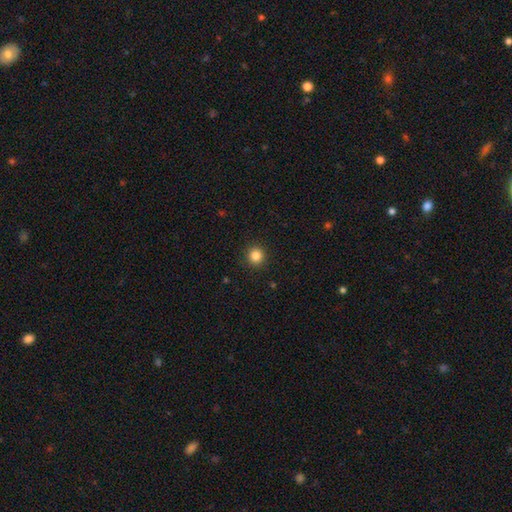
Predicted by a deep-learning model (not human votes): A smooth galaxy with no disk features (85%) that is round (94%).

Vote fractions:
- Smooth or featured? smooth: 85% / star or artifact: 11% / featured or disk: 4%
- How rounded? round: 94% / in between: 5% / cigar-shaped: 1%
- Merging? none: 92% / minor disturbance: 5% / major disturbance: 2% / merger: 1%